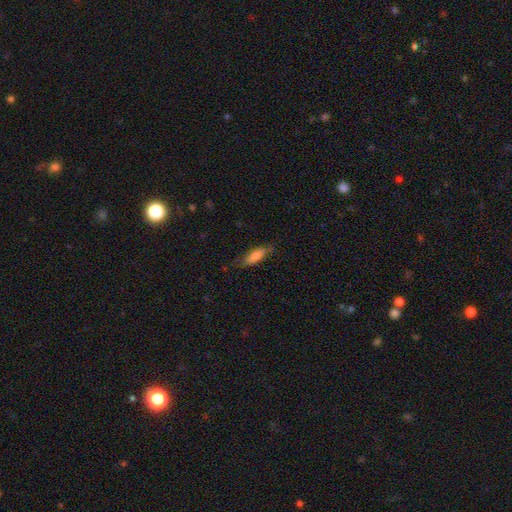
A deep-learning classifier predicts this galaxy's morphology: A smooth galaxy with no disk features (80%) that is in between round and cigar-shaped (60%).

Vote fractions:
- Smooth or featured? smooth: 80% / featured or disk: 14% / star or artifact: 7%
- How rounded? in between: 60% / cigar-shaped: 38% / round: 2%
- Merging? none: 71% / minor disturbance: 22% / major disturbance: 6% / merger: 1%